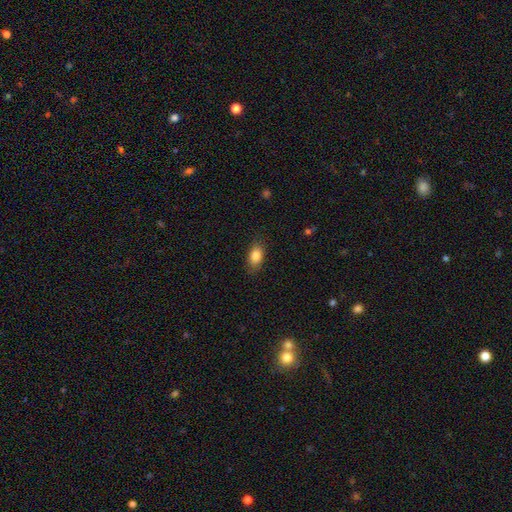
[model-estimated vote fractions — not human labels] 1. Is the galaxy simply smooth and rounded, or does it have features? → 85% smooth, 8% star or artifact, 7% featured or disk.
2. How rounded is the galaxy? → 87% in between, 9% round, 4% cigar-shaped.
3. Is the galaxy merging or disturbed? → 83% none, 13% minor disturbance, 3% major disturbance, 1% merger.